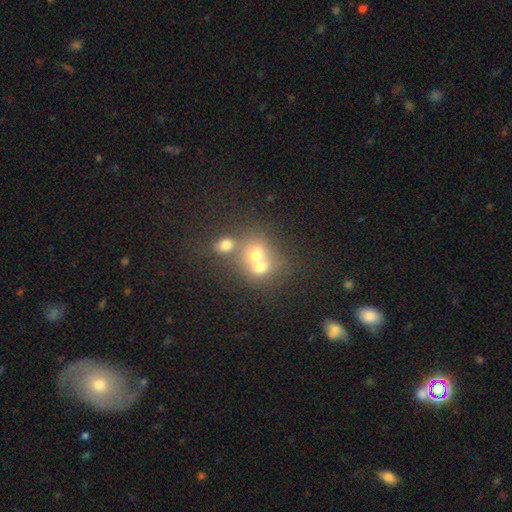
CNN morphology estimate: A smooth galaxy with no disk features (58%) that is round (71%).

Vote fractions:
- Smooth or featured? smooth: 58% / featured or disk: 23% / star or artifact: 19%
- How rounded? round: 71% / in between: 28% / cigar-shaped: 1%
- Merging? merger: 60% / none: 30% / minor disturbance: 6% / major disturbance: 3%